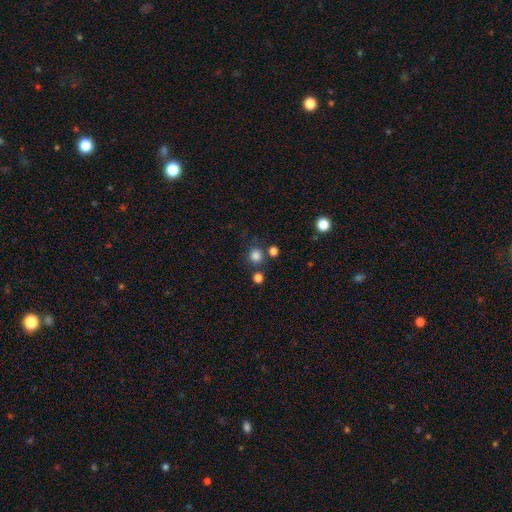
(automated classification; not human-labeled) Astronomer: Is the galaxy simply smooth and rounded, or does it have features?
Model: smooth — 80%.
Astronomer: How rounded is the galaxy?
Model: round — 90%.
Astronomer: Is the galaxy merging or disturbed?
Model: none — 76%.